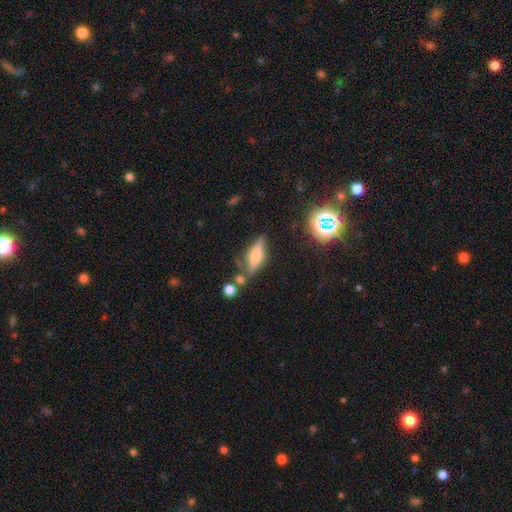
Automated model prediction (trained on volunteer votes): Smooth or featured? featured or disk (52%)
Edge-on disk? yes (89%)
Merging? none (64%)